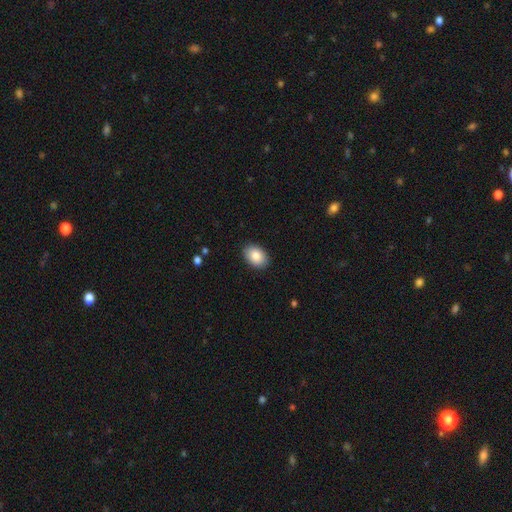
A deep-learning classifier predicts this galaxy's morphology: This is clearly a smooth galaxy (87%). How rounded: clearly in between (85%). Merging: clearly none (90%).